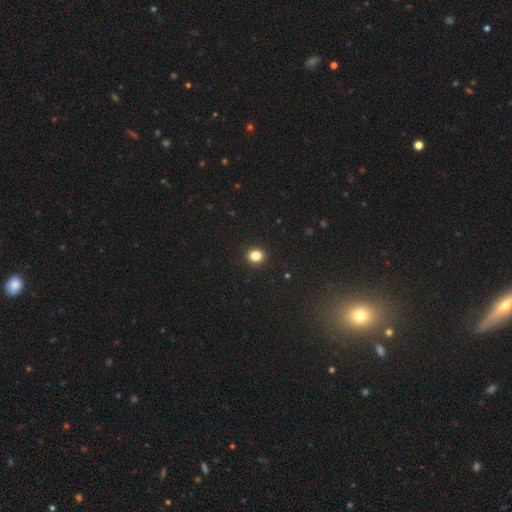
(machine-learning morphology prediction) type=smooth (83%); roundness=round (84%); merging=none (93%).